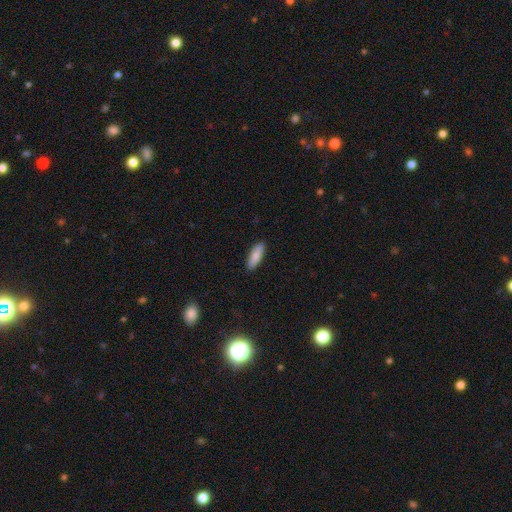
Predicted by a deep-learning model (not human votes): smooth-or-featured: smooth: 85% | featured or disk: 9% | star or artifact: 6%
  how-rounded: in between: 56% | cigar-shaped: 43% | round: 2%
  merging: none: 90% | minor disturbance: 7% | major disturbance: 2% | merger: 1%